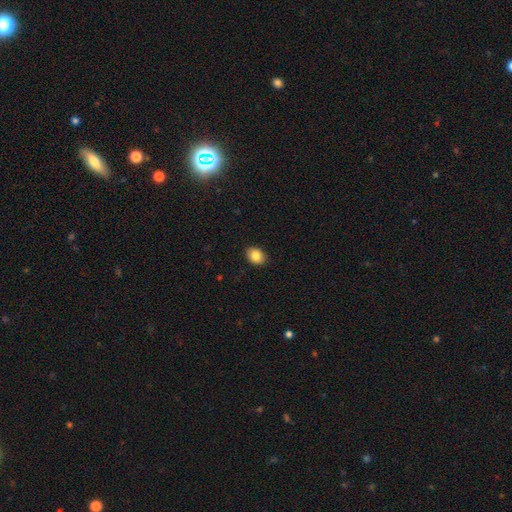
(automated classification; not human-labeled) Morphology: type=smooth (86%); roundness=in between (68%); merging=none (90%).